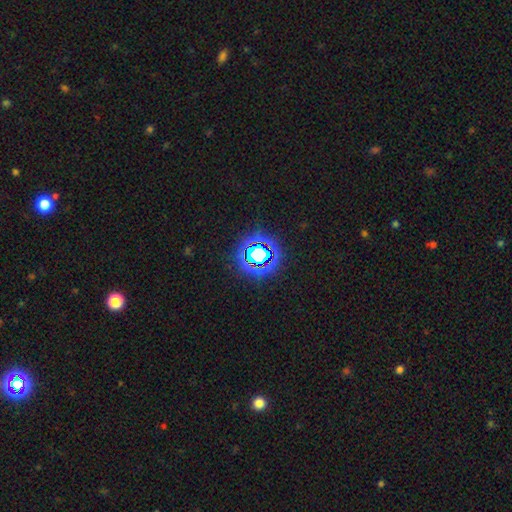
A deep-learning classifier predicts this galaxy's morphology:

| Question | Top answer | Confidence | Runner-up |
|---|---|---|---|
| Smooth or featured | star or artifact | 65% | smooth (23%) |